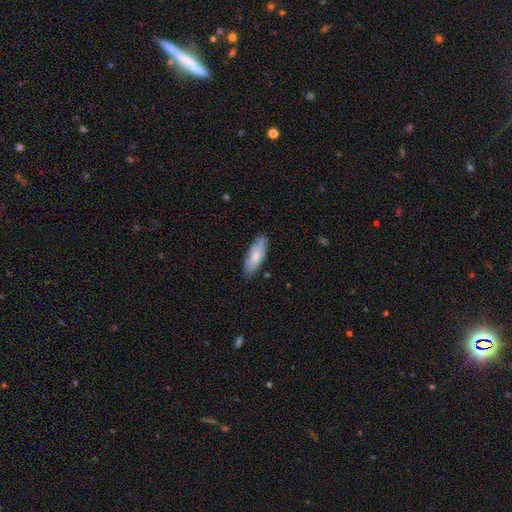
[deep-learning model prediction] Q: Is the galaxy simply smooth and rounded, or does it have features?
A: smooth — 81%.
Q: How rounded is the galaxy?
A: in between — 63%.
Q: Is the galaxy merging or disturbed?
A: none — 84%.